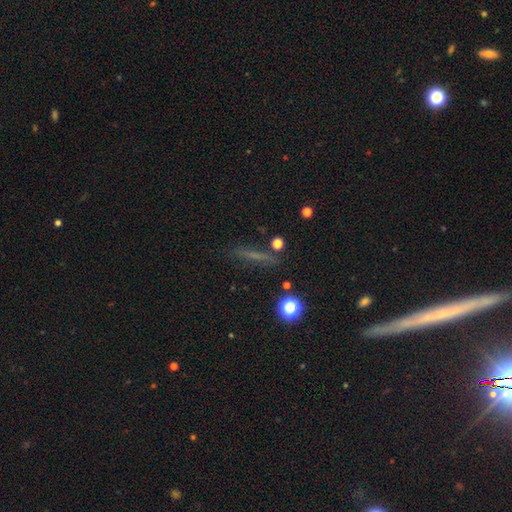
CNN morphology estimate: Smooth or featured? smooth (48%)
Merging? none (82%)